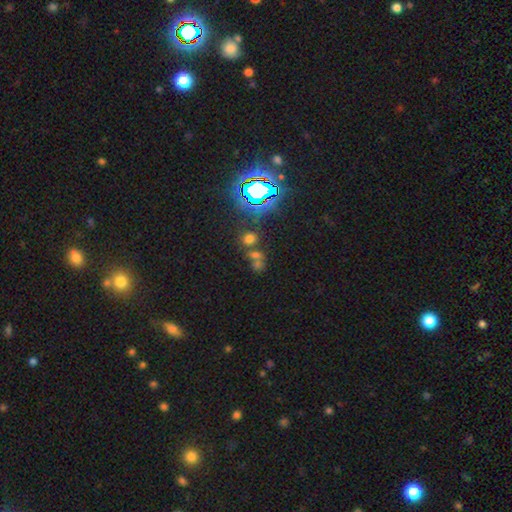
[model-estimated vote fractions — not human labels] Morphology: type=star or artifact (44%).